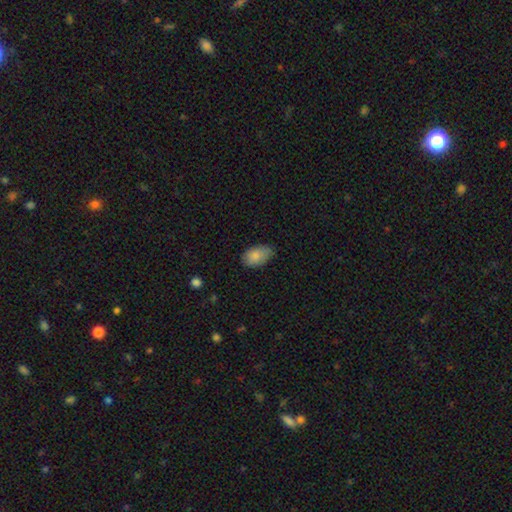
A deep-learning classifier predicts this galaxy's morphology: smooth-or-featured: smooth: 85% | featured or disk: 8% | star or artifact: 6%
  how-rounded: in between: 93% | round: 6% | cigar-shaped: 1%
  merging: none: 70% | minor disturbance: 25% | major disturbance: 4% | merger: 1%